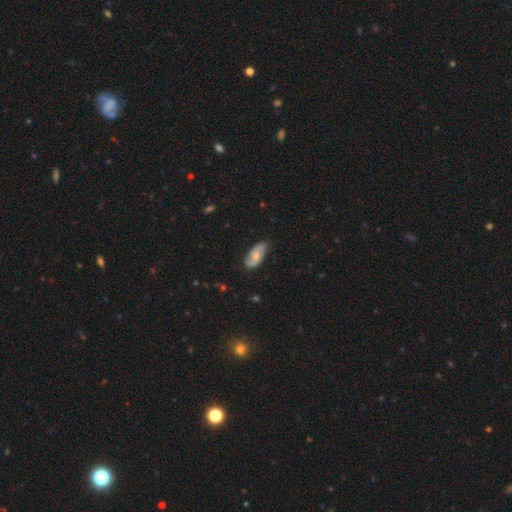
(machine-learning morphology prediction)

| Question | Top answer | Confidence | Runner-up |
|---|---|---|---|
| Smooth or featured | smooth | 49% | featured or disk (45%) |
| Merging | none | 75% | minor disturbance (20%) |